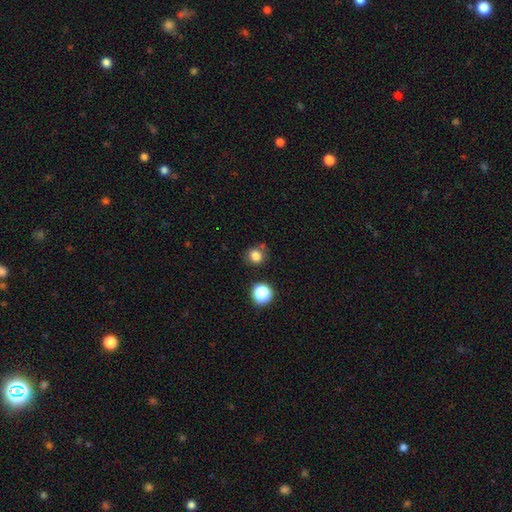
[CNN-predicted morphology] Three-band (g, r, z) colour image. It shows a smooth galaxy with no disk features (80%) that is round (77%). Merging: none (75%).